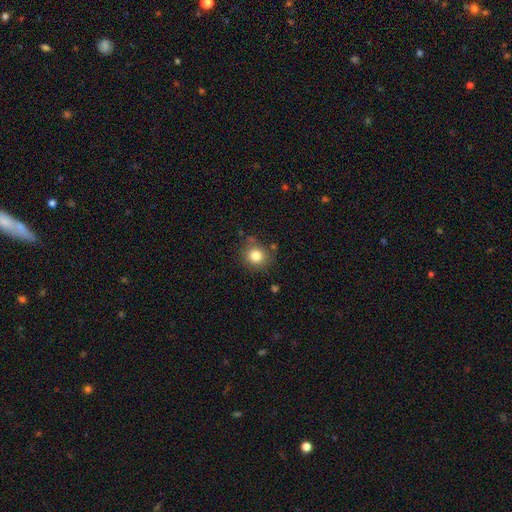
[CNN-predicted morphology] Smooth or featured? Predicted: smooth (p=0.82). How rounded? Predicted: round (p=0.87). Merging? Predicted: none (p=0.80).